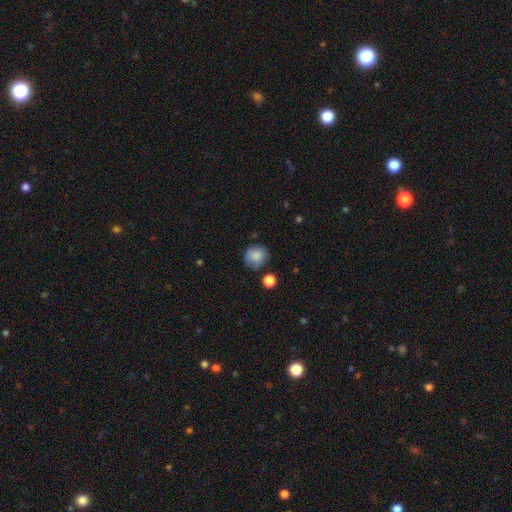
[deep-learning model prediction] smooth_or_featured: smooth (p=0.85) [alt: star or artifact p=0.08]
how_rounded: round (p=0.84) [alt: in between p=0.15]
merging: none (p=0.74) [alt: minor disturbance p=0.18]